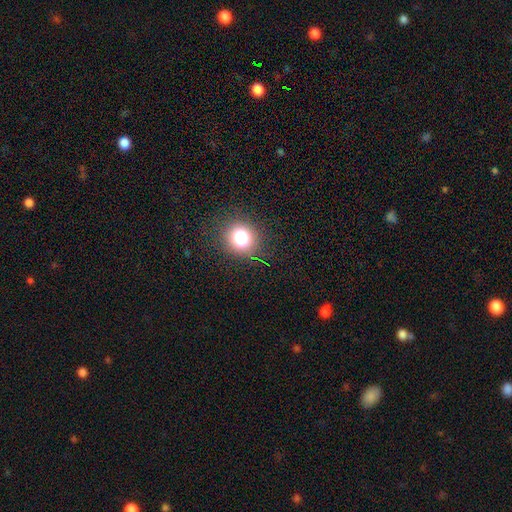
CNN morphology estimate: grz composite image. It shows a smooth galaxy with no disk features (78%) that is round (84%). Merging: none (88%).